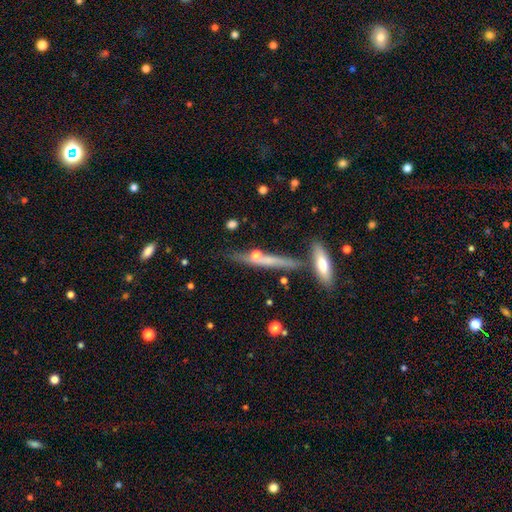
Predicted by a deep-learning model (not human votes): Smooth or featured?
  - featured or disk: 51% *
  - smooth: 40%
  - star or artifact: 9%
Edge-on disk?
  - yes: 89% *
  - no: 11%
Merging?
  - none: 66% *
  - merger: 16%
  - minor disturbance: 13%
  - major disturbance: 4%